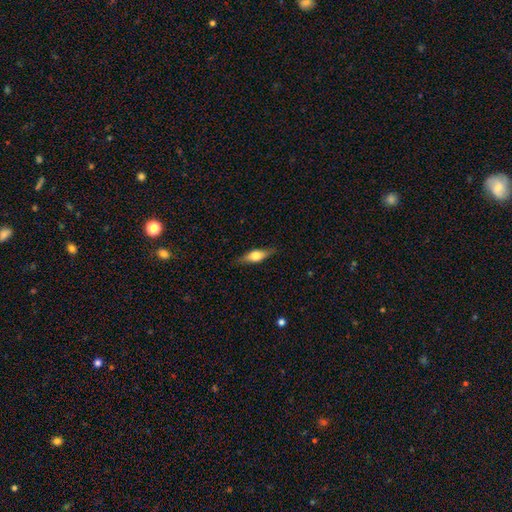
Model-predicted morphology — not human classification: A featured or disk galaxy (49%). Merging: none (84%).